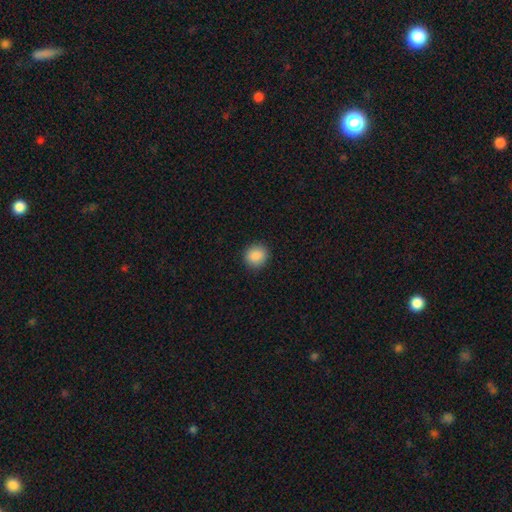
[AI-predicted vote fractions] smooth 88%, star or artifact 9%, featured or disk 3%. Down the decision tree: how rounded — round (85%); merging — none (91%).